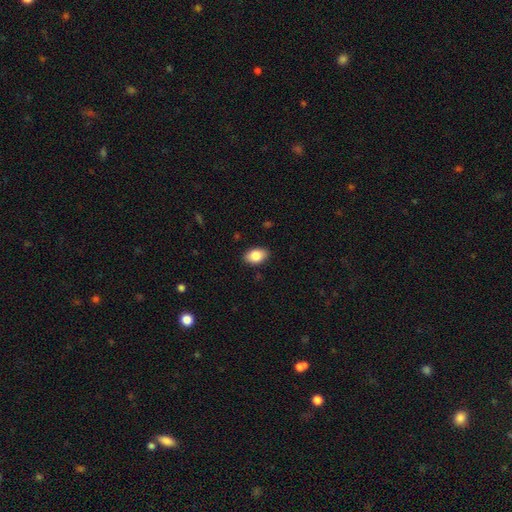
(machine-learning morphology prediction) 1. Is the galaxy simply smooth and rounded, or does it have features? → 85% smooth, 7% featured or disk, 7% star or artifact.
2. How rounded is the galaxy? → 89% in between, 10% round, 1% cigar-shaped.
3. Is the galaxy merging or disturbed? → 88% none, 9% minor disturbance, 2% major disturbance, 1% merger.